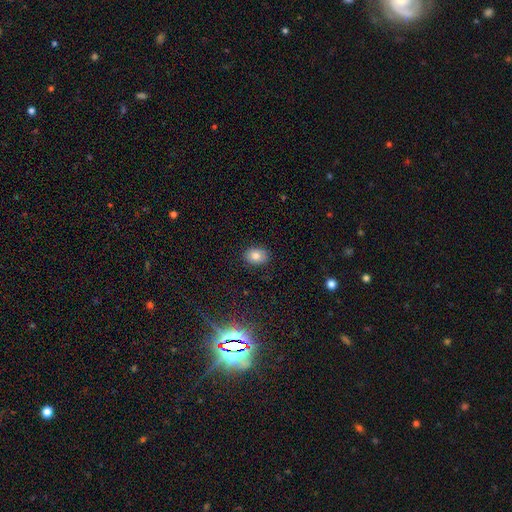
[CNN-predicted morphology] type=smooth (82%); roundness=in between (68%); merging=none (88%).